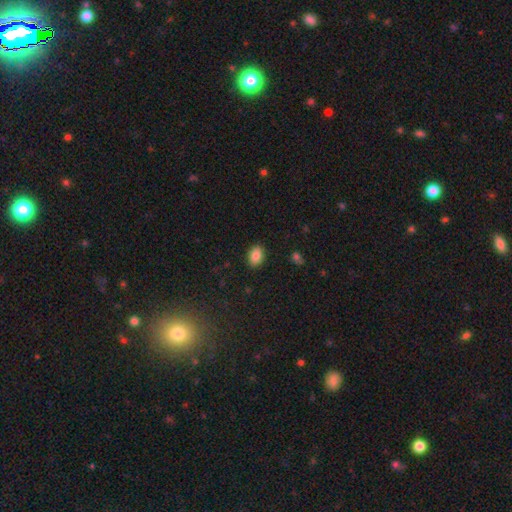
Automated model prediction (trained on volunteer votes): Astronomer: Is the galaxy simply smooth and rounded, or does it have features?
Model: smooth — 86%.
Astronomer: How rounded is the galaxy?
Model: in between — 80%.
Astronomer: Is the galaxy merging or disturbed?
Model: none — 88%.